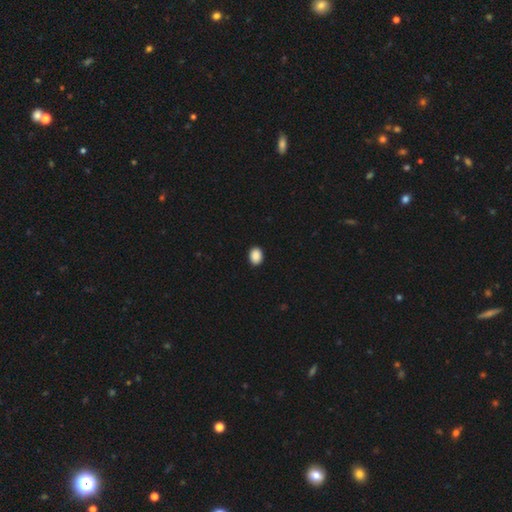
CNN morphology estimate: Q: Smooth or featured?
A: smooth (90%); runner-up: star or artifact (8%)
Q: How rounded?
A: in between (63%); runner-up: round (36%)
Q: Merging?
A: none (91%); runner-up: minor disturbance (7%)